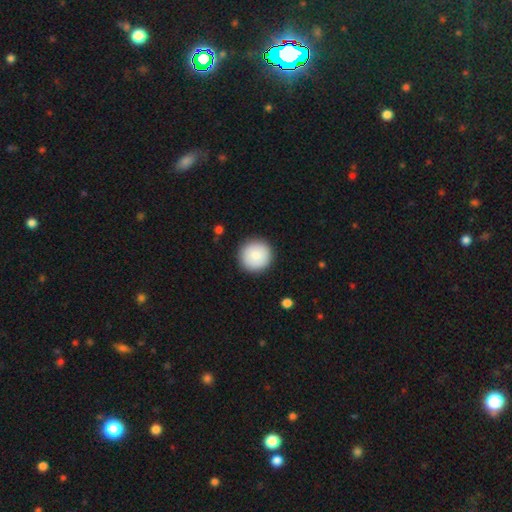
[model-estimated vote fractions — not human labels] Smooth or featured?
  - smooth: 87% *
  - star or artifact: 7%
  - featured or disk: 7%
How rounded?
  - round: 96% *
  - in between: 3%
  - cigar-shaped: 1%
Merging?
  - none: 92% *
  - minor disturbance: 6%
  - major disturbance: 2%
  - merger: 1%